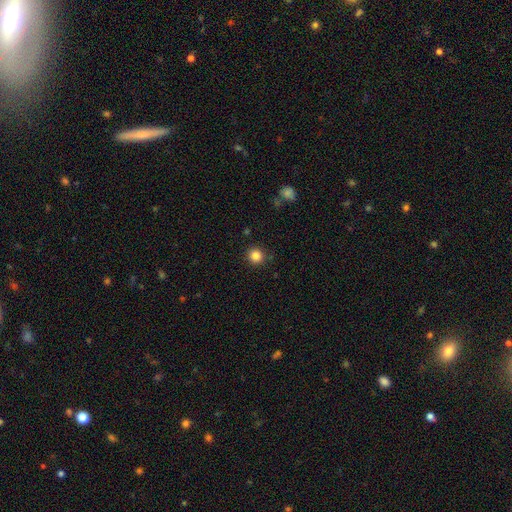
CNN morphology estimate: Q: Smooth or featured?
A: smooth (85%); runner-up: star or artifact (11%)
Q: How rounded?
A: round (93%); runner-up: in between (6%)
Q: Merging?
A: none (90%); runner-up: minor disturbance (7%)